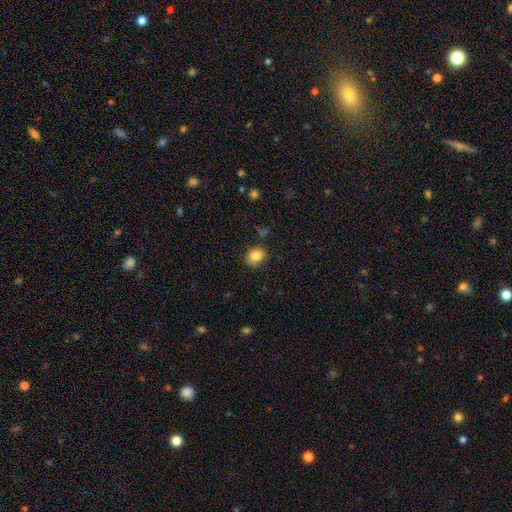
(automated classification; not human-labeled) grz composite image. It shows a smooth galaxy with no disk features (83%) that is round (62%). Merging: none (81%).